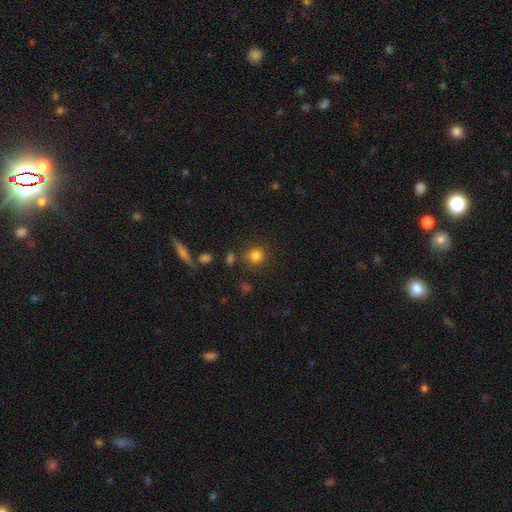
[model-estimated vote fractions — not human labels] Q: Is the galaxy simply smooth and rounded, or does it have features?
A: smooth — 82%.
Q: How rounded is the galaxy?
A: round — 90%.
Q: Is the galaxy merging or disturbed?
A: none — 83%.